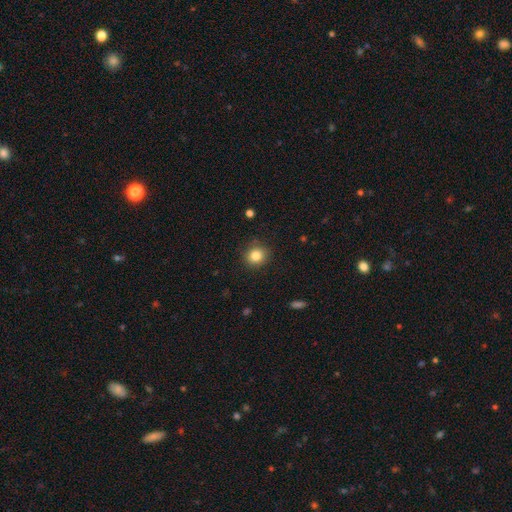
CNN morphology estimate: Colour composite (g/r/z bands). It shows a smooth galaxy with no disk features (83%) that is round (88%). Merging: none (89%).